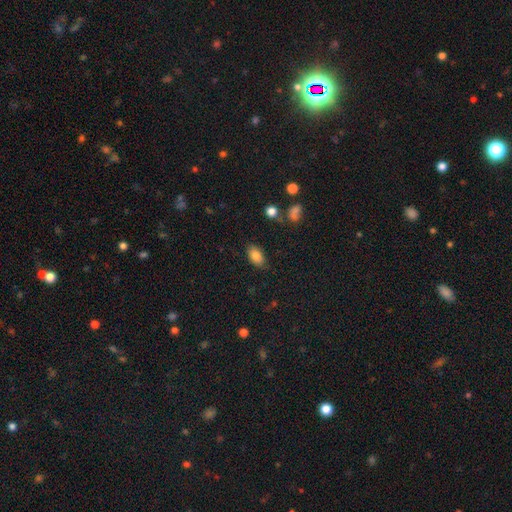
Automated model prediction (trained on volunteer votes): smooth_or_featured: smooth (p=0.83) [alt: star or artifact p=0.08]
how_rounded: in between (p=0.91) [alt: round p=0.06]
merging: none (p=0.80) [alt: minor disturbance p=0.15]